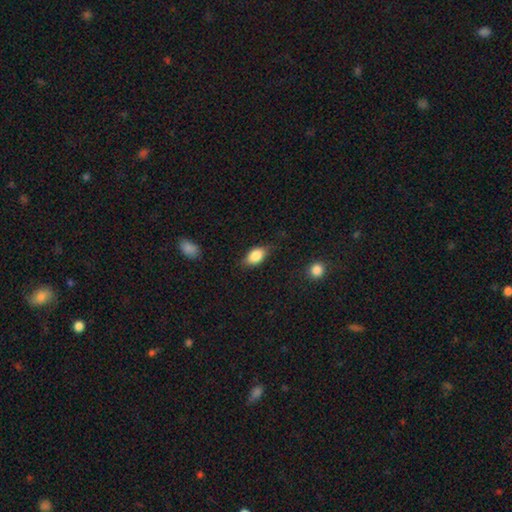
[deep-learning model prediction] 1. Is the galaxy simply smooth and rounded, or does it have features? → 84% smooth, 8% featured or disk, 7% star or artifact.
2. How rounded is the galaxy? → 88% in between, 9% round, 3% cigar-shaped.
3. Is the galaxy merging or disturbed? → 73% none, 21% minor disturbance, 5% major disturbance, 2% merger.